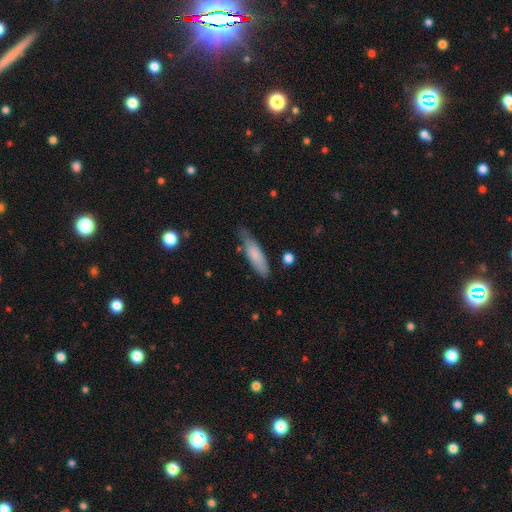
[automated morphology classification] smooth_or_featured: smooth (p=0.80) [alt: featured or disk p=0.15]
how_rounded: cigar-shaped (p=0.61) [alt: in between p=0.37]
merging: none (p=0.65) [alt: minor disturbance p=0.26]